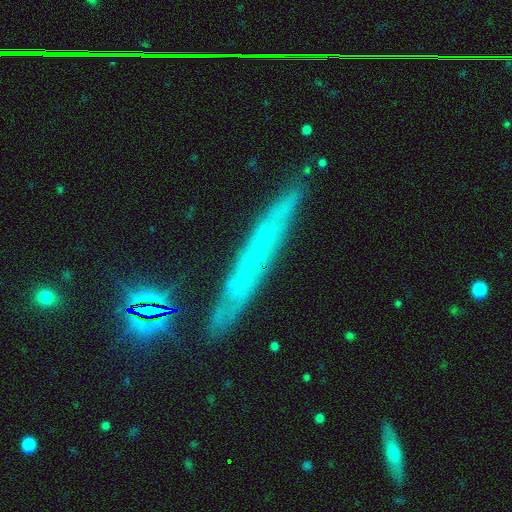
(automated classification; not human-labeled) Smooth or featured? Predicted: featured or disk (p=0.50). Edge-on disk? Predicted: yes (p=0.85). Merging? Predicted: none (p=0.83).